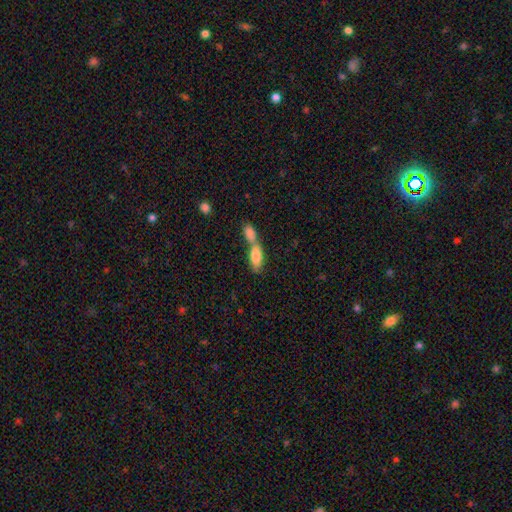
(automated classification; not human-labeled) This is clearly a smooth galaxy (81%). How rounded: likely in between (80%). Merging: likely merger (68%).